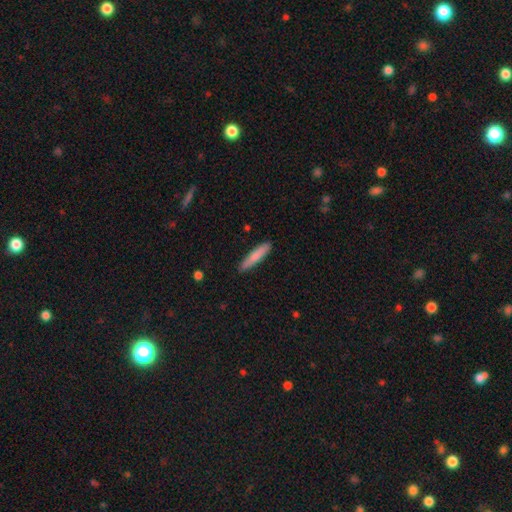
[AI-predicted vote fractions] The model was most divided on "smooth or featured": smooth: 80%, featured or disk: 14%, star or artifact: 6%. More confident: how rounded — cigar-shaped (88%); merging — none (86%).